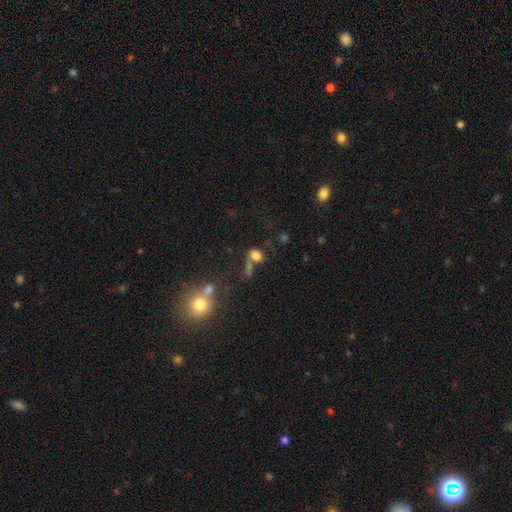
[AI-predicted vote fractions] This is likely a smooth galaxy (76%). How rounded: likely in between (70%). Merging: possibly none (45%).